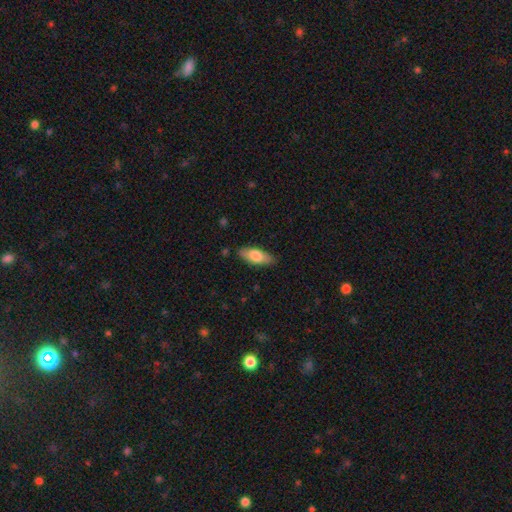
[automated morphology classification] A smooth galaxy with no disk features (72%) that is in between round and cigar-shaped (78%).

Vote fractions:
- Smooth or featured? smooth: 72% / featured or disk: 22% / star or artifact: 6%
- How rounded? in between: 78% / cigar-shaped: 20% / round: 2%
- Merging? none: 83% / minor disturbance: 13% / major disturbance: 2% / merger: 1%